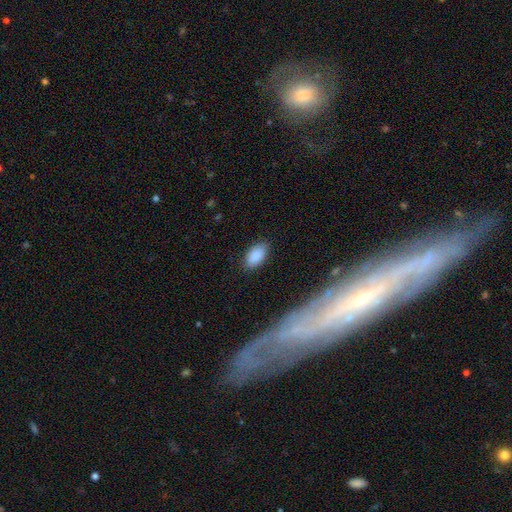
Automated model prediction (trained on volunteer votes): smooth_or_featured: smooth (p=0.88) [alt: star or artifact p=0.07]
how_rounded: in between (p=0.94) [alt: round p=0.04]
merging: none (p=0.80) [alt: minor disturbance p=0.14]